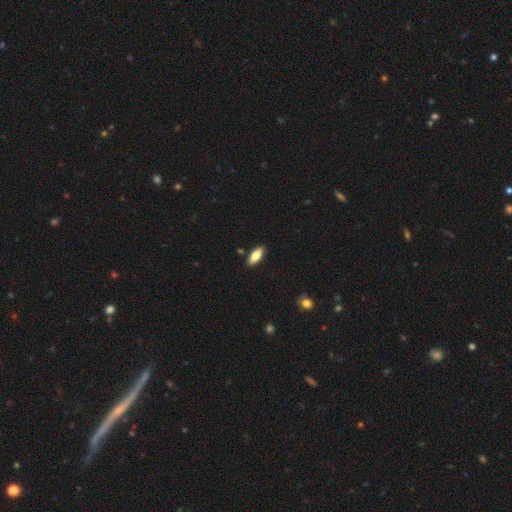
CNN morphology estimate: smooth-or-featured: smooth: 75% | featured or disk: 18% | star or artifact: 6%
  how-rounded: in between: 78% | cigar-shaped: 20% | round: 2%
  merging: none: 88% | minor disturbance: 9% | merger: 2% | major disturbance: 2%